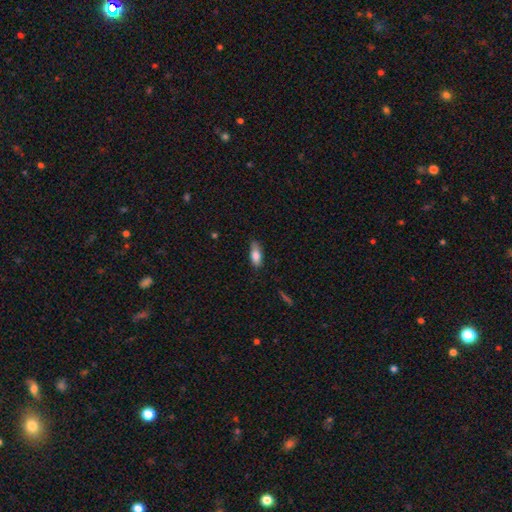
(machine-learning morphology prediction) Overall: smooth (80%). How rounded: in between (76%). Merging: none (72%).